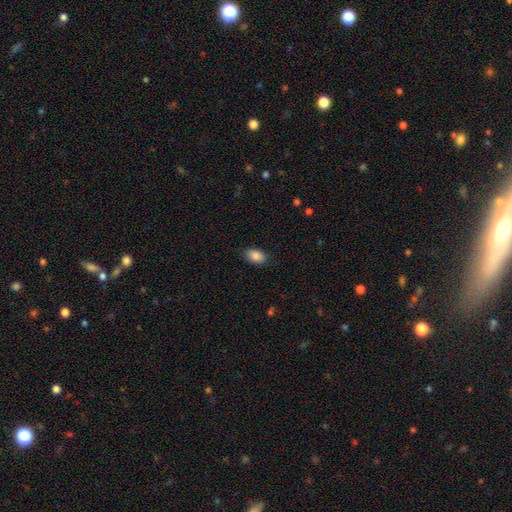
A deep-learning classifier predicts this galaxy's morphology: Q: Smooth or featured?
A: smooth (88%); runner-up: star or artifact (8%)
Q: How rounded?
A: in between (90%); runner-up: round (9%)
Q: Merging?
A: none (85%); runner-up: minor disturbance (11%)